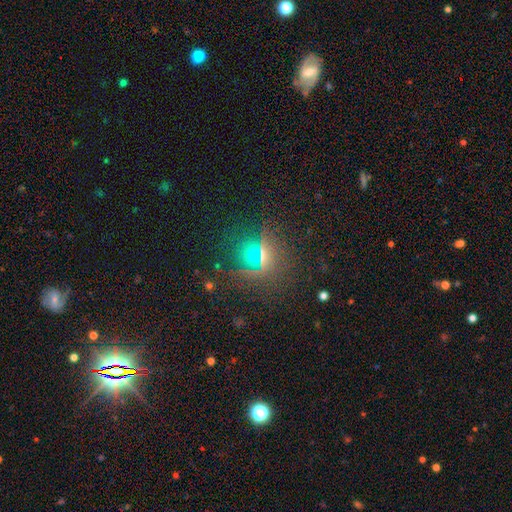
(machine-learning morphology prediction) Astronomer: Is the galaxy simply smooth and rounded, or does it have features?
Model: star or artifact — 50% (runner-up: smooth, 28%).